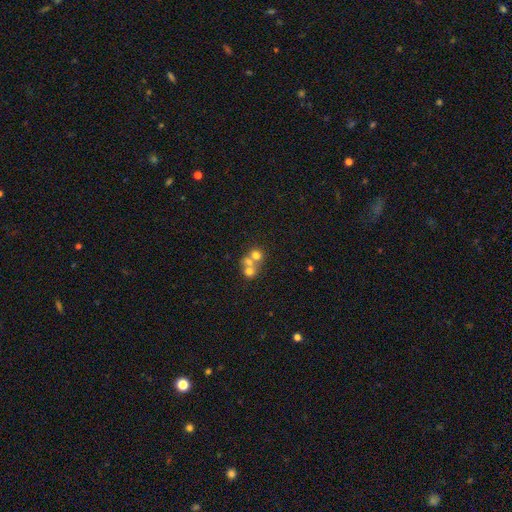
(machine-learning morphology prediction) This appears to be a smooth galaxy with no disk features (62%) that is round (81%). Merging: merger (59%).